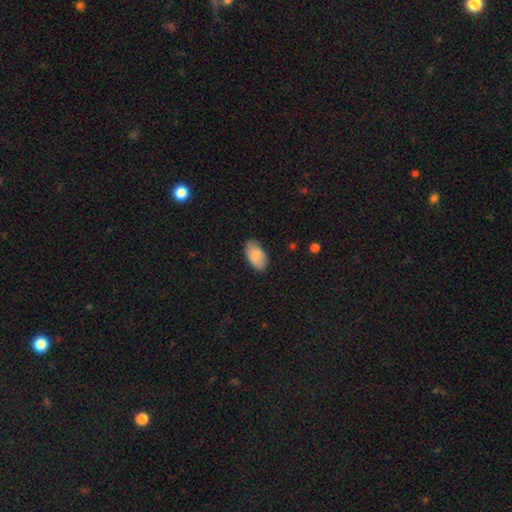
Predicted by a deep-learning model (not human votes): This is clearly a smooth galaxy (86%). How rounded: clearly in between (95%). Merging: clearly none (82%).